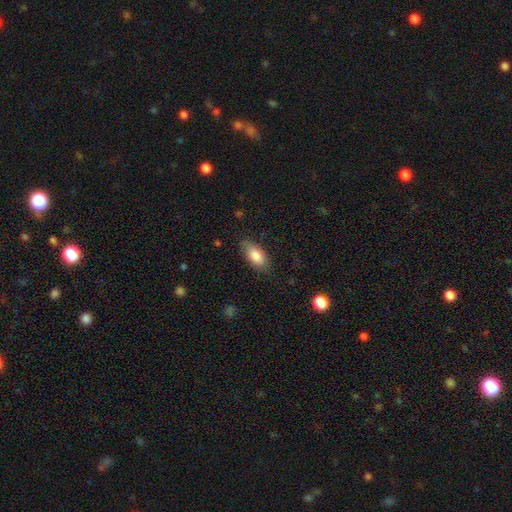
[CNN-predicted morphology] Smooth or featured: smooth — 84% (featured or disk — 9%)
How rounded: in between — 90% (cigar-shaped — 8%)
Merging: none — 79% (minor disturbance — 16%)